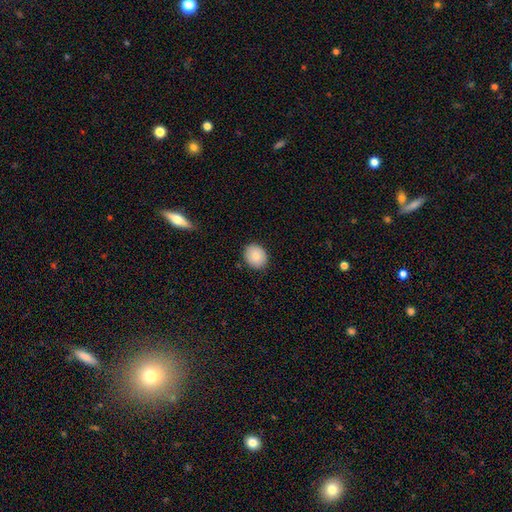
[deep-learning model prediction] The model was most divided on "how rounded": round: 62%, in between: 37%, cigar-shaped: 1%. More confident: merging — none (88%); smooth or featured — smooth (86%).